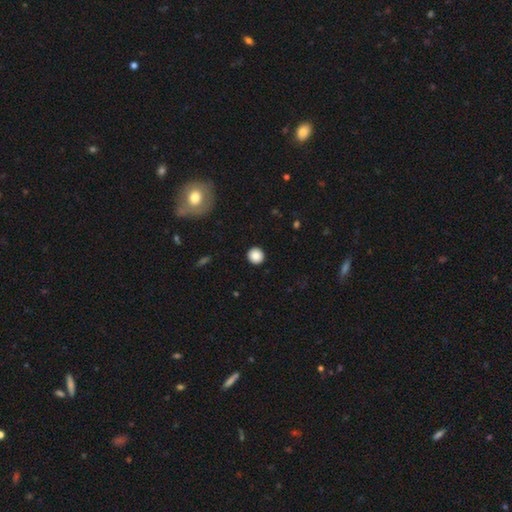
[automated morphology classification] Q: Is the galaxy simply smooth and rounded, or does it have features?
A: smooth — 88%.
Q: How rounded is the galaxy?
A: round — 94%.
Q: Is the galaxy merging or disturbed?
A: none — 93%.